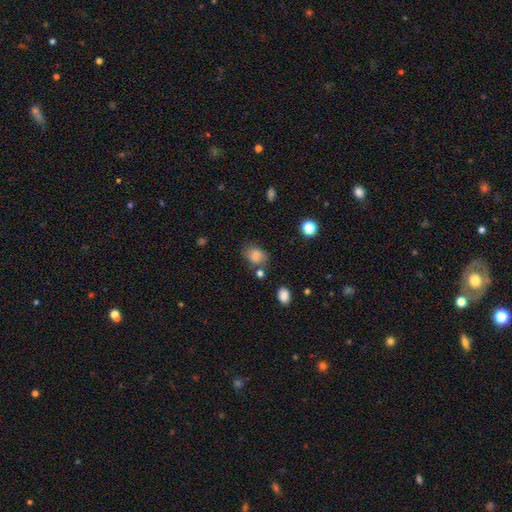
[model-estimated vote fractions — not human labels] smooth_or_featured: smooth (p=0.82) [alt: star or artifact p=0.11]
how_rounded: in between (p=0.55) [alt: round p=0.44]
merging: none (p=0.65) [alt: minor disturbance p=0.20]